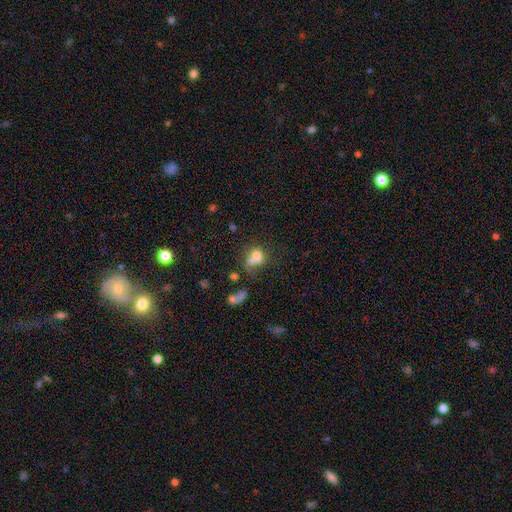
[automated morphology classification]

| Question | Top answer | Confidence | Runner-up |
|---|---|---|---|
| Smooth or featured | smooth | 61% | featured or disk (23%) |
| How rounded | round | 55% | in between (43%) |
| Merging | merger | 59% | none (24%) |